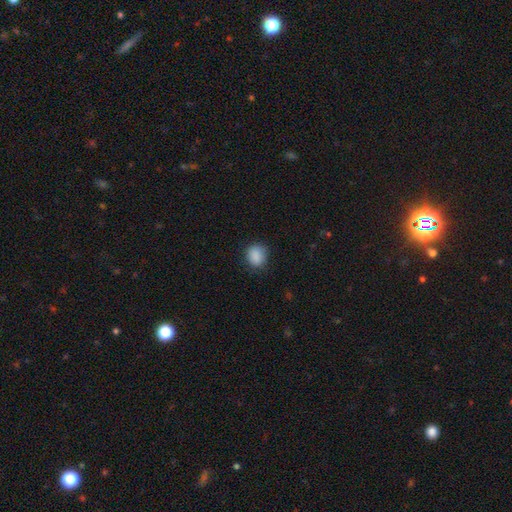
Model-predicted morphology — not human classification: Smooth or featured?
  - smooth: 88% *
  - star or artifact: 9%
  - featured or disk: 4%
How rounded?
  - round: 62% *
  - in between: 37%
  - cigar-shaped: 1%
Merging?
  - none: 81% *
  - minor disturbance: 15%
  - major disturbance: 4%
  - merger: 1%